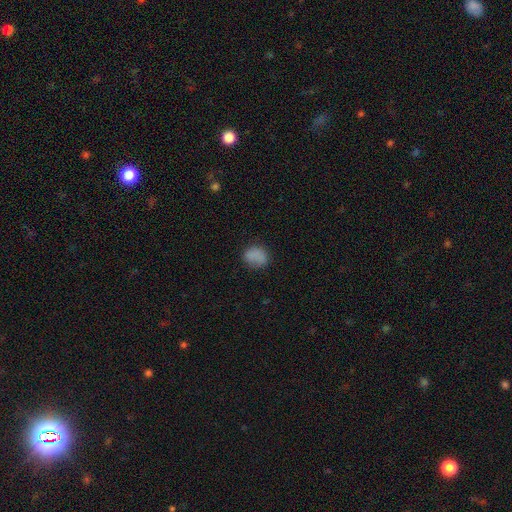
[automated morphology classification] smooth 82%, star or artifact 12%, featured or disk 6%. Down the decision tree: how rounded — round (59%); merging — none (70%).